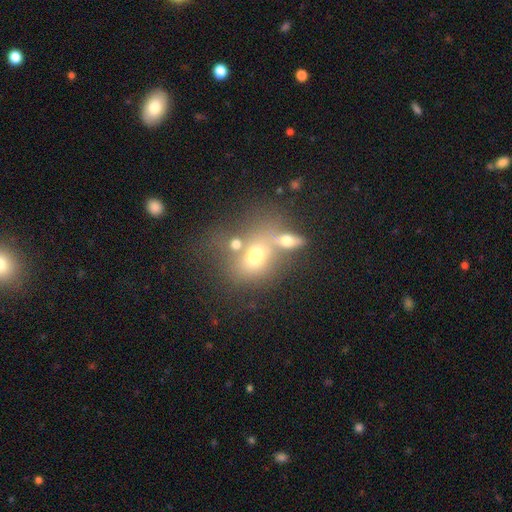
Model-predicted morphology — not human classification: smooth 62%, featured or disk 23%, star or artifact 15%. Down the decision tree: how rounded — in between (54%); merging — merger (48%).